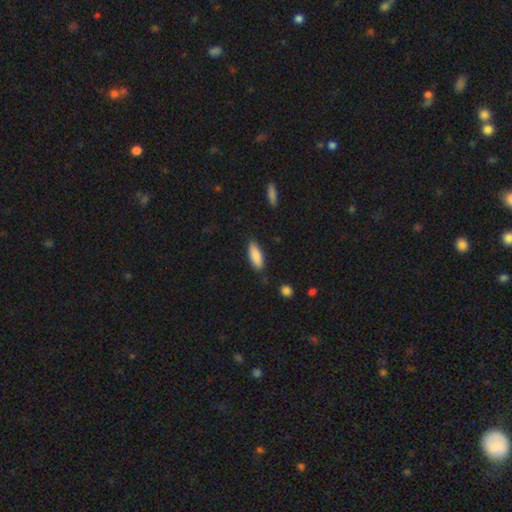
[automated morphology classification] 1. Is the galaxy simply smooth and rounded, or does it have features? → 87% smooth, 8% featured or disk, 6% star or artifact.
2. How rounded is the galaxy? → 66% in between, 33% cigar-shaped, 2% round.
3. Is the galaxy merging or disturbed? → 85% none, 11% minor disturbance, 2% major disturbance, 2% merger.